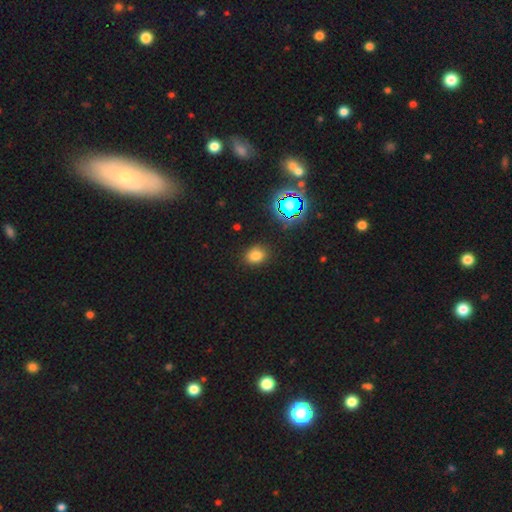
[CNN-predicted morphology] Overall: smooth (75%). How rounded: in between (52%; round 47%). Merging: none (87%).